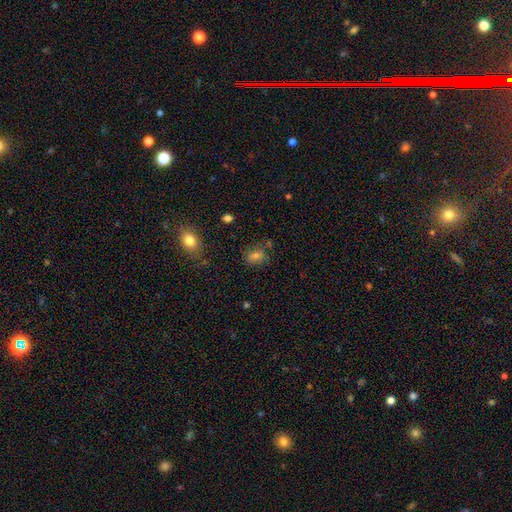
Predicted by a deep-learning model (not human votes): Overall: smooth (67%). How rounded: in between (63%; round 35%). Merging: none (72%).